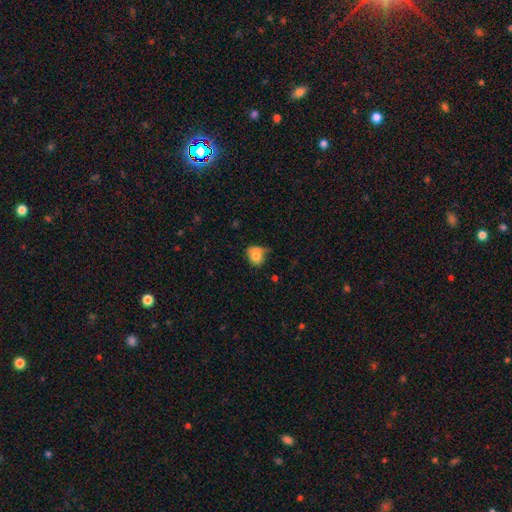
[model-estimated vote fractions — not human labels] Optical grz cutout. It shows a smooth galaxy with no disk features (74%) that is round (58%). Merging: none (41%).